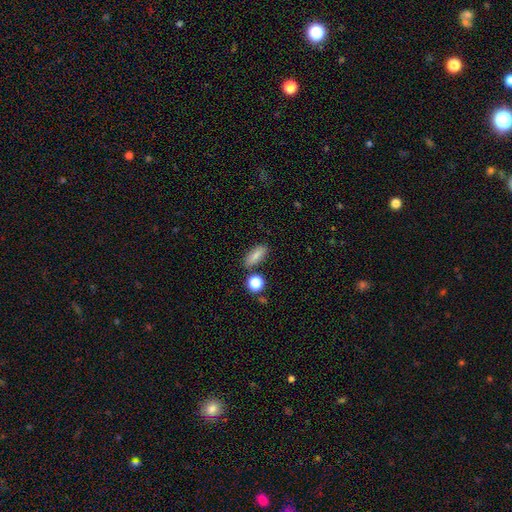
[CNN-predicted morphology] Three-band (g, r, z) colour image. It shows a smooth galaxy with no disk features (80%) that is in between round and cigar-shaped (68%). Merging: none (79%).